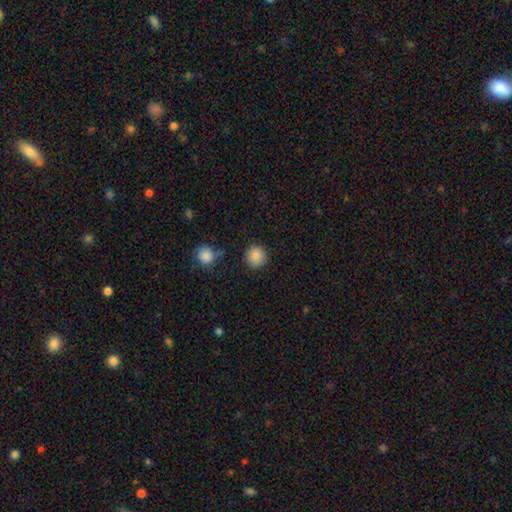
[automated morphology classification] Smooth or featured? smooth (88%)
How rounded? round (94%)
Merging? none (86%)